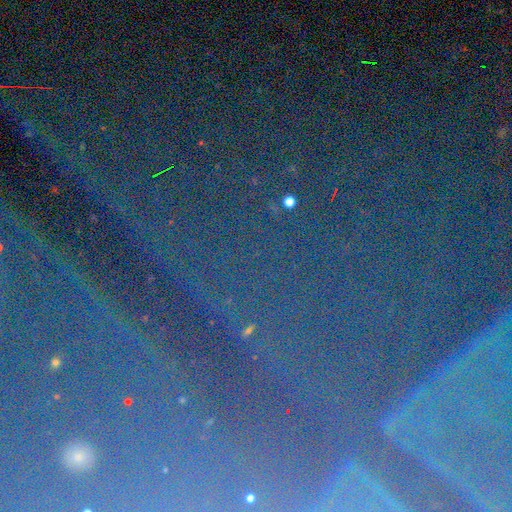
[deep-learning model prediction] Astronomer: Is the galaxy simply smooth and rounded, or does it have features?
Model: star or artifact — 77%.